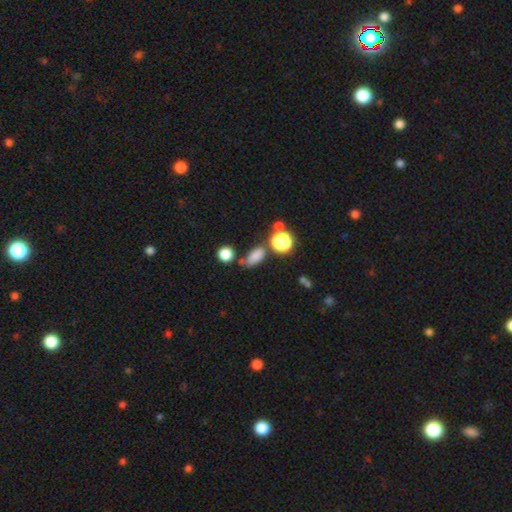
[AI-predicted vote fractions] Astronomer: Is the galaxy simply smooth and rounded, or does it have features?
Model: smooth — 77%.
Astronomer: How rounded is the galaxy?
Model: in between — 76%.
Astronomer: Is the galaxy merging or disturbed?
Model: none — 59%.